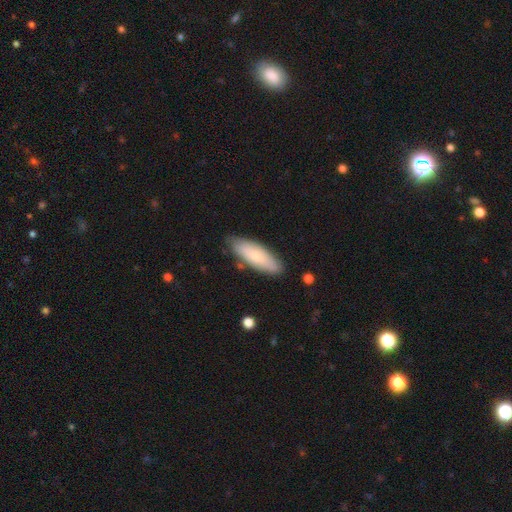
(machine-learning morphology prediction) smooth_or_featured: smooth (p=0.69) [alt: featured or disk p=0.26]
how_rounded: in between (p=0.60) [alt: cigar-shaped p=0.38]
merging: none (p=0.80) [alt: minor disturbance p=0.15]